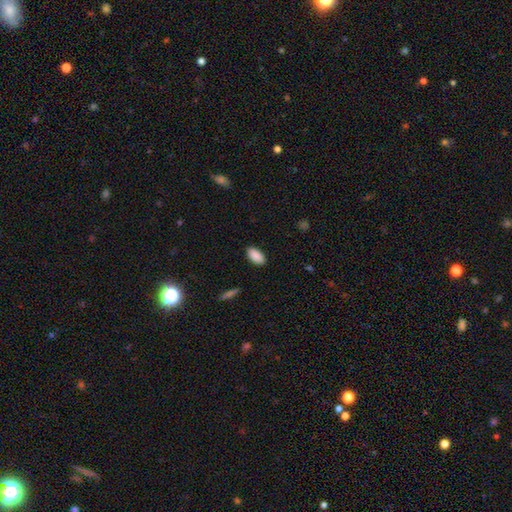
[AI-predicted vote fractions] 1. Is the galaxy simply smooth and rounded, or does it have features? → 90% smooth, 7% star or artifact, 3% featured or disk.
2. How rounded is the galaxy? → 93% in between, 4% cigar-shaped, 2% round.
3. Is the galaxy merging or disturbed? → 88% none, 9% minor disturbance, 2% major disturbance, 1% merger.